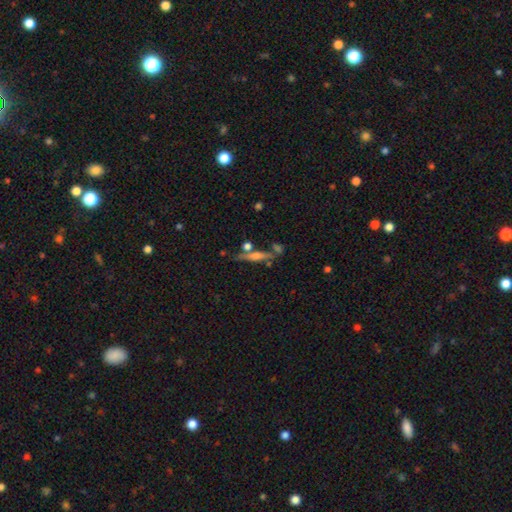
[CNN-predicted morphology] A featured or disk galaxy (59%) viewed edge-on (93%) with a rounded central bulge (60%). Merging: none (68%).